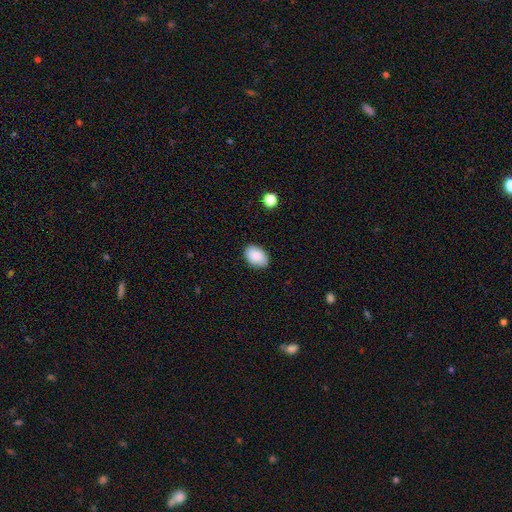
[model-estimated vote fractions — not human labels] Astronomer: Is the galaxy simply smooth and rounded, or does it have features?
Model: smooth — 88%.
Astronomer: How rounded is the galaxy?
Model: in between — 86%.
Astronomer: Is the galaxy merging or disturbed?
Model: none — 85%.